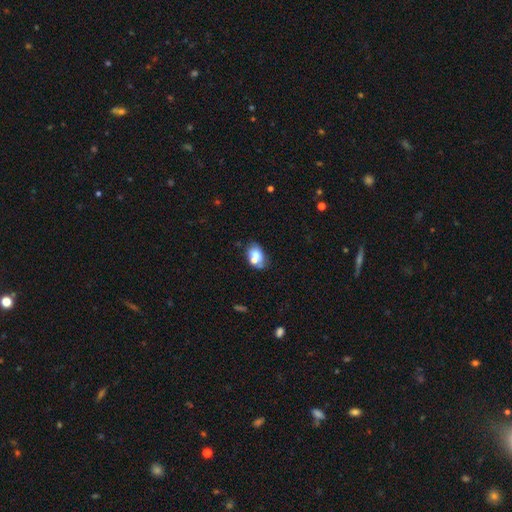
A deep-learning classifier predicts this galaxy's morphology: smooth_or_featured: smooth (p=0.68) [alt: featured or disk p=0.22]
how_rounded: in between (p=0.77) [alt: round p=0.21]
merging: none (p=0.44) [alt: merger p=0.33]